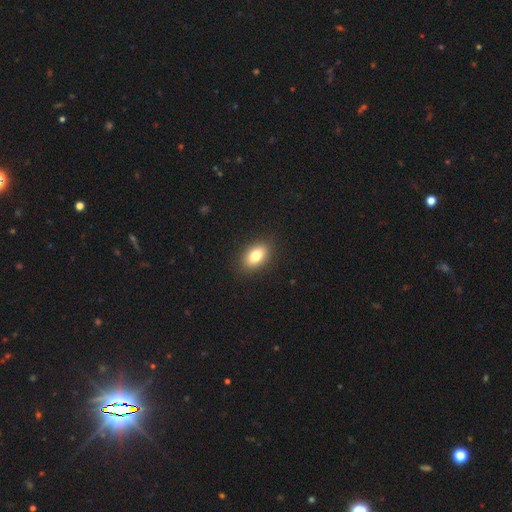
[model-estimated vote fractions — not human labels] Overall: smooth (79%). How rounded: in between (87%). Merging: none (89%).